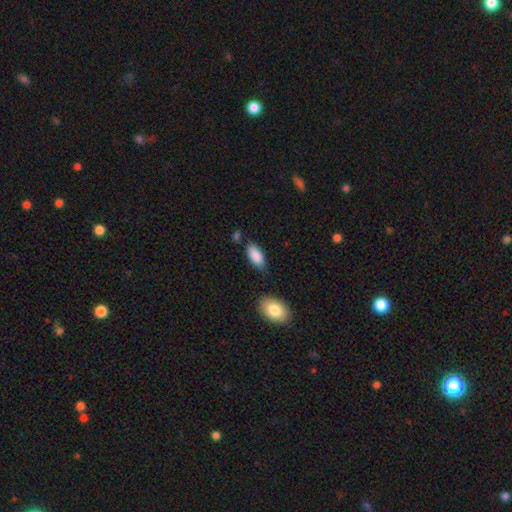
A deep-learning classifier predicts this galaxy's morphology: This appears to be a smooth galaxy with no disk features (87%) that is in between round and cigar-shaped (91%). Merging: none (71%).